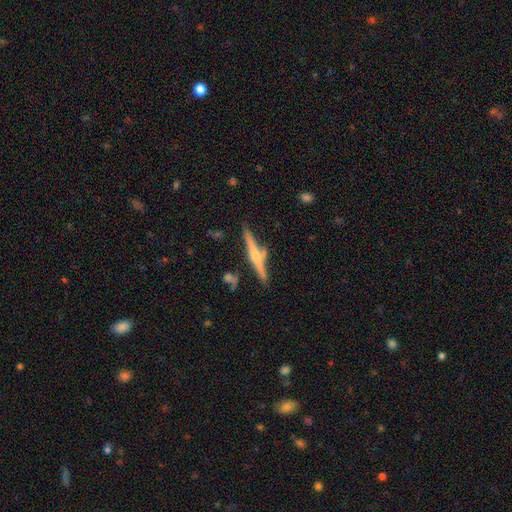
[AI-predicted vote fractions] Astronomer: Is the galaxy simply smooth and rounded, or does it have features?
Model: featured or disk — 71%.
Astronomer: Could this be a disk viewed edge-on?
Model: yes — 97%.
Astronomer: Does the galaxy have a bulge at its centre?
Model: rounded — 83%.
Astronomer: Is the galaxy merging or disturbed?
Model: none — 79%.